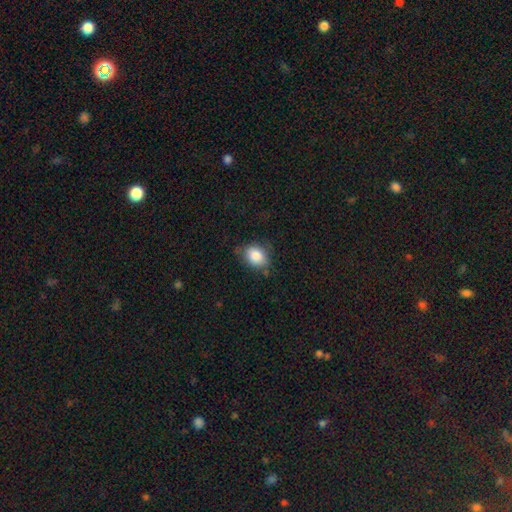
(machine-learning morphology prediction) Overall: smooth (85%). How rounded: in between (62%; round 37%). Merging: none (72%).